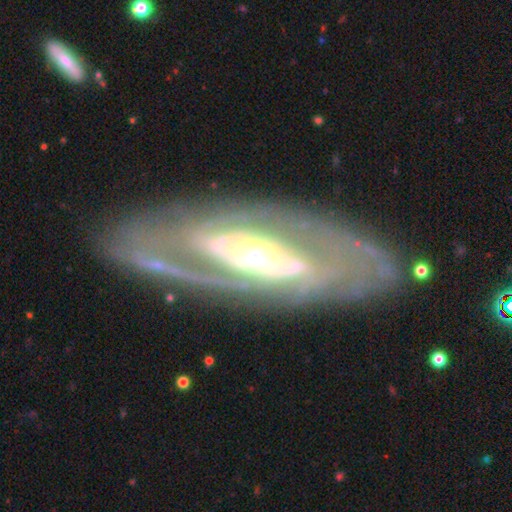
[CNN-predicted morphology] featured or disk 87%, smooth 8%, star or artifact 5%. Down the decision tree: edge-on disk — no (89%); bar — no (48%); spiral arms — yes (83%); spiral arm count — 2 (59%); spiral winding — tight (47%); bulge size — moderate (66%); merging — none (67%).